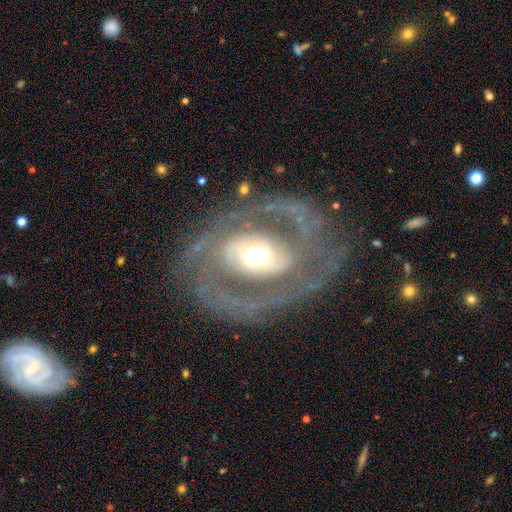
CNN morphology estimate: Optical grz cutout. It shows a featured or disk galaxy (81%) with no bar (43%), 2 (75%) medium (44%) spiral arms (76%) and a moderate central bulge (54%). Merging: none (72%).